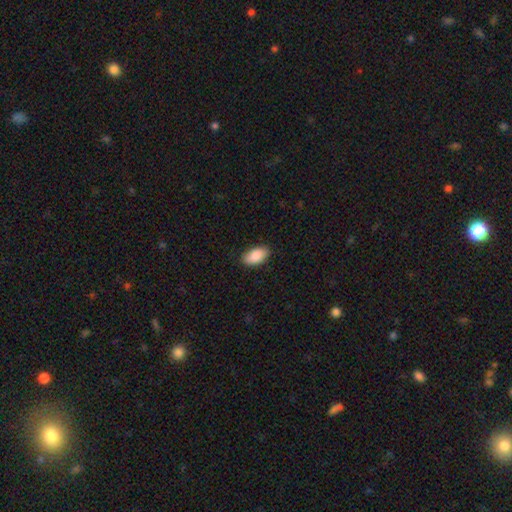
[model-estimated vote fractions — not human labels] Morphology: type=smooth (90%); roundness=in between (94%); merging=none (86%).